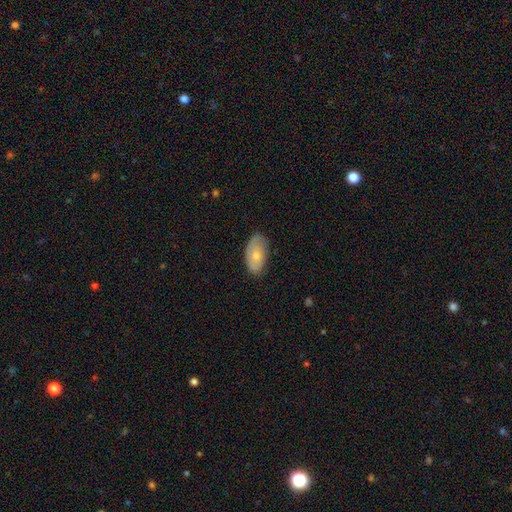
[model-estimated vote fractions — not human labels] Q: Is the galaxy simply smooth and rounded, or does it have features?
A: smooth — 60%.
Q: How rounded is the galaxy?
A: in between — 92%.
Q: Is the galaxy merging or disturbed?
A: none — 73%.